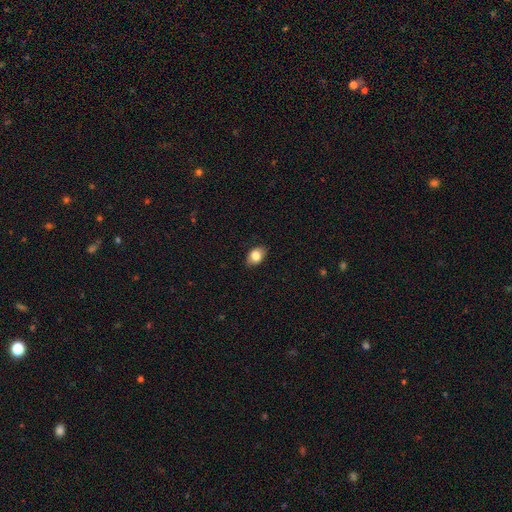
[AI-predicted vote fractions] Q: Smooth or featured?
A: smooth (82%); runner-up: featured or disk (10%)
Q: How rounded?
A: in between (79%); runner-up: round (20%)
Q: Merging?
A: none (86%); runner-up: minor disturbance (11%)